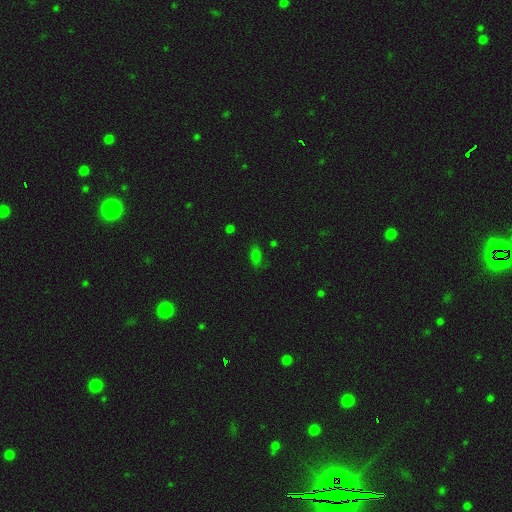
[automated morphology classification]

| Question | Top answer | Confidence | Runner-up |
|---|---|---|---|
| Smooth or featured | smooth | 67% | star or artifact (23%) |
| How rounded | in between | 80% | round (11%) |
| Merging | none | 76% | minor disturbance (16%) |